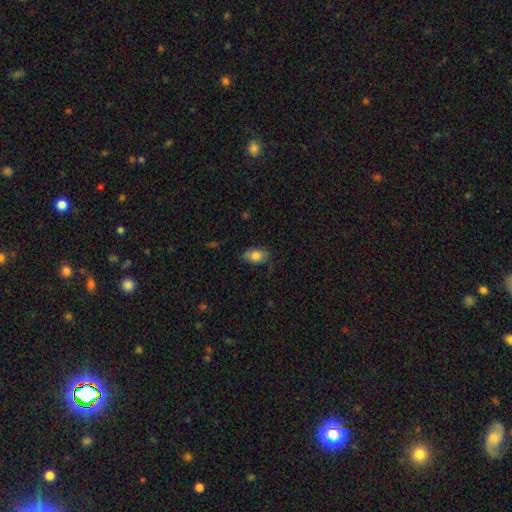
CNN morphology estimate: Smooth or featured?
  - smooth: 80% *
  - featured or disk: 12%
  - star or artifact: 8%
How rounded?
  - in between: 87% *
  - round: 11%
  - cigar-shaped: 2%
Merging?
  - none: 75% *
  - minor disturbance: 20%
  - major disturbance: 4%
  - merger: 1%